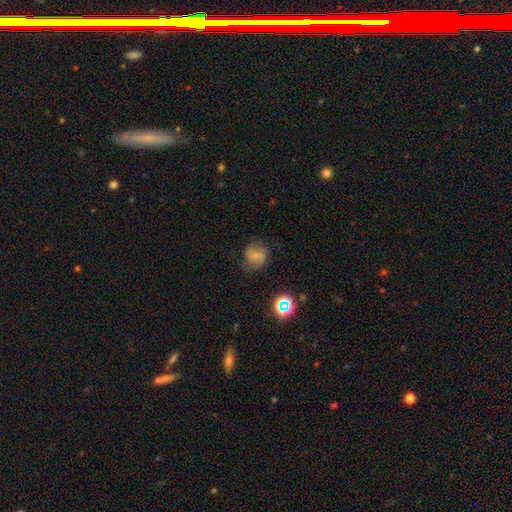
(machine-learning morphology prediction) type=smooth (47%); merging=none (63%).